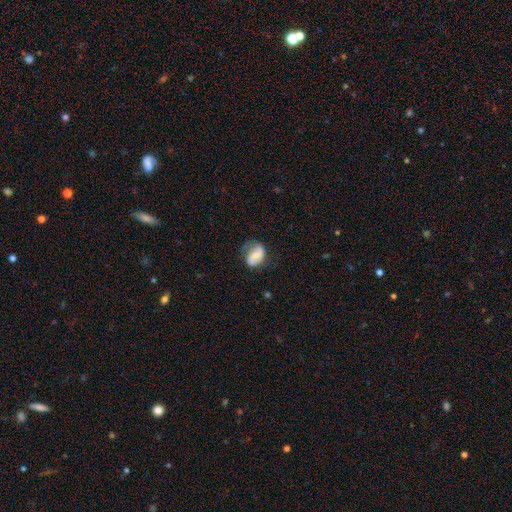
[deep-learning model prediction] This is possibly a featured or disk galaxy (54%). It is clearly not viewed edge-on (97%). Bar: marginally no (43%). Spiral arm pattern: clearly yes (84%). Central bulge: marginally small (41%). Merging: possibly none (56%).